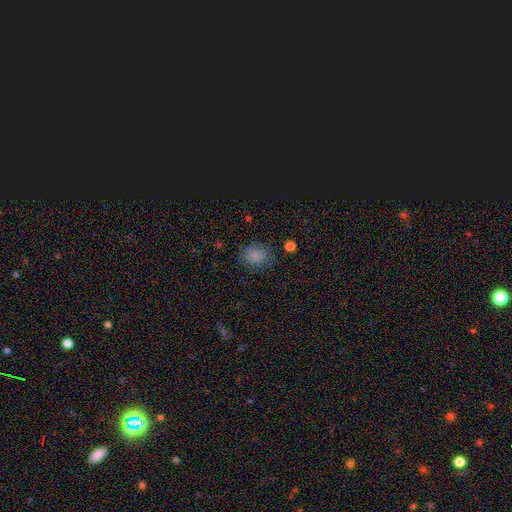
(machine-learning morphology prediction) This appears to be a smooth galaxy with no disk features (80%) that is round (60%). Merging: none (80%).